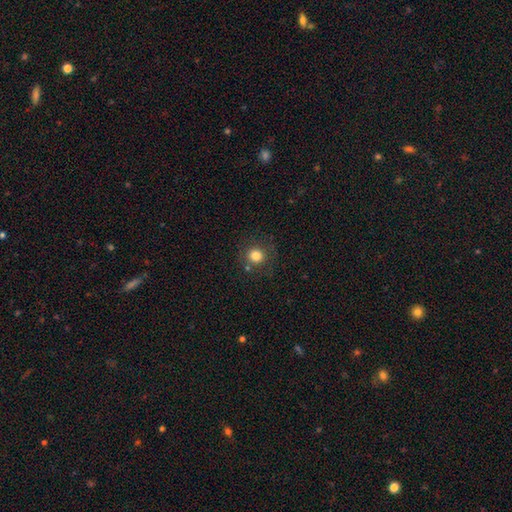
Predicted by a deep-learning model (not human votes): Q: Smooth or featured?
A: smooth (81%); runner-up: star or artifact (12%)
Q: How rounded?
A: round (90%); runner-up: in between (9%)
Q: Merging?
A: none (80%); runner-up: minor disturbance (10%)